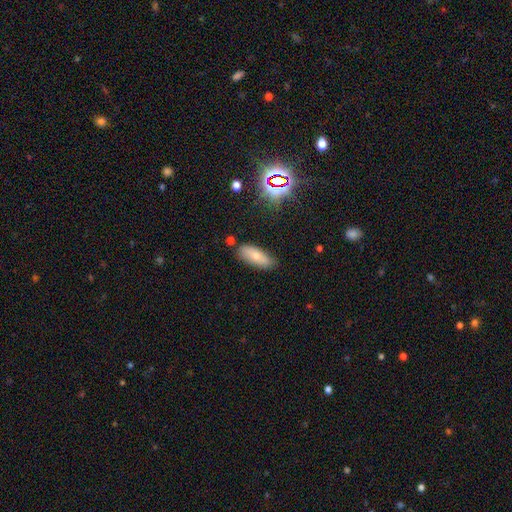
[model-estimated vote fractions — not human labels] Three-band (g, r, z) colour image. It shows a smooth galaxy with no disk features (69%) that is in between round and cigar-shaped (72%). Merging: none (78%).